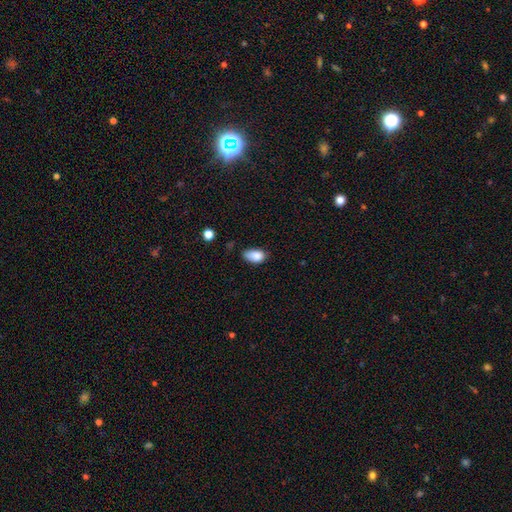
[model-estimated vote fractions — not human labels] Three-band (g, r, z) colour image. It shows a smooth galaxy with no disk features (86%) that is in between round and cigar-shaped (92%). Merging: none (55%).